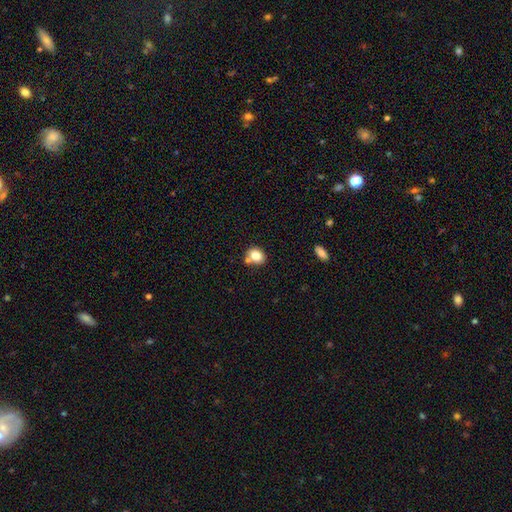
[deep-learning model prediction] smooth 80%, featured or disk 10%, star or artifact 10%. Down the decision tree: how rounded — round (60%); merging — none (62%).